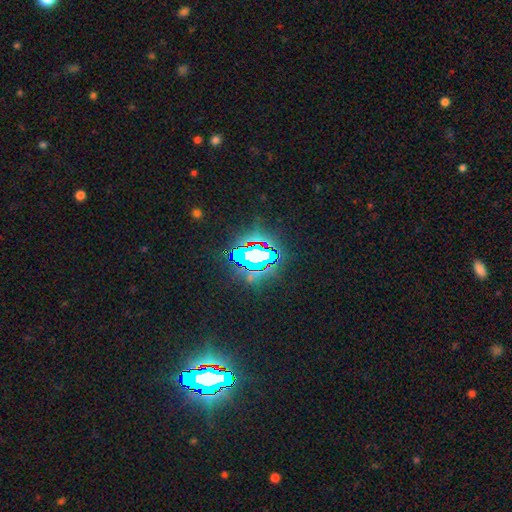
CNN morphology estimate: smooth-or-featured: star or artifact: 71% | smooth: 16% | featured or disk: 13%